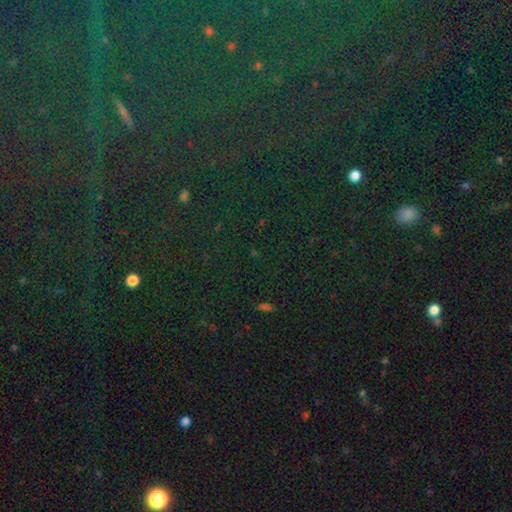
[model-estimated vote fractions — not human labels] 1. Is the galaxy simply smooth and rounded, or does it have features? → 82% star or artifact, 11% smooth, 8% featured or disk.